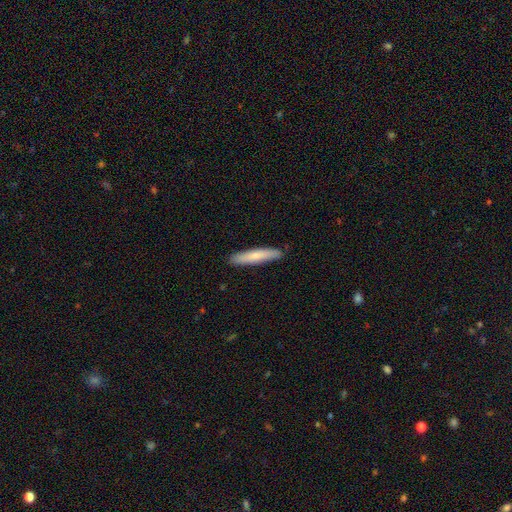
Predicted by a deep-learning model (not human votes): Smooth or featured? Predicted: smooth (p=0.73). How rounded? Predicted: cigar-shaped (p=0.90). Merging? Predicted: none (p=0.89).